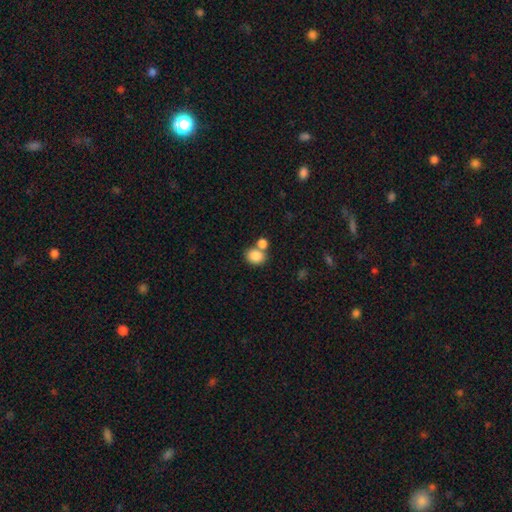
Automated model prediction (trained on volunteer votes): smooth_or_featured: smooth (p=0.85) [alt: star or artifact p=0.09]
how_rounded: round (p=0.56) [alt: in between p=0.43]
merging: none (p=0.50) [alt: merger p=0.38]